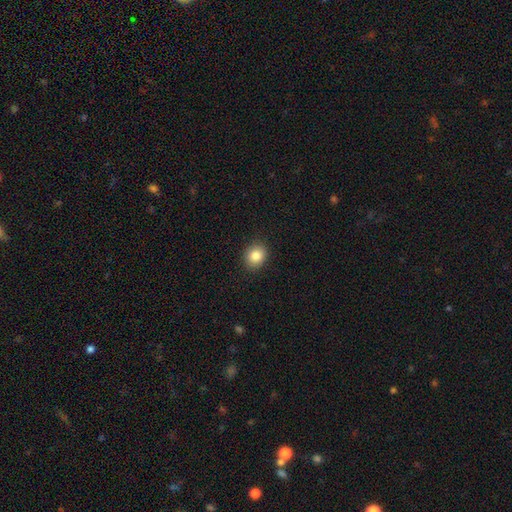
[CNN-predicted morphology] A smooth galaxy with no disk features (85%) that is round (62%). Merging: none (90%).